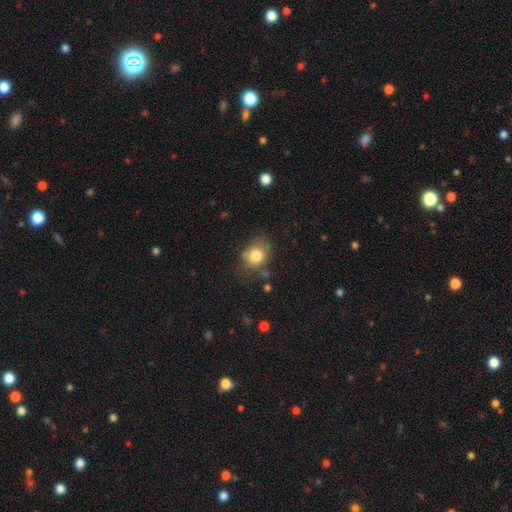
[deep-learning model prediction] Smooth or featured?
  - smooth: 81% *
  - star or artifact: 10%
  - featured or disk: 9%
How rounded?
  - round: 53% *
  - in between: 46%
  - cigar-shaped: 1%
Merging?
  - none: 68% *
  - minor disturbance: 21%
  - major disturbance: 6%
  - merger: 5%